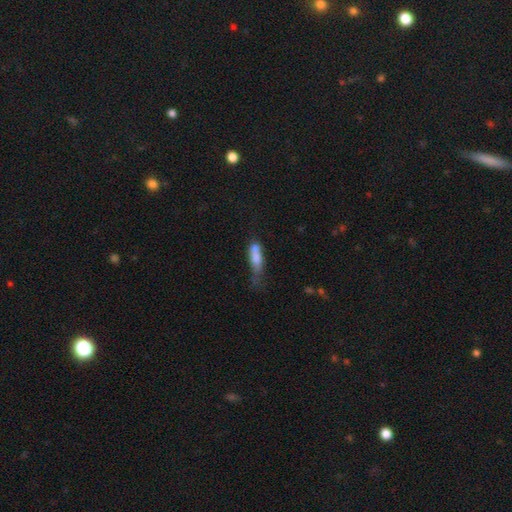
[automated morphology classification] A smooth galaxy with no disk features (71%) that is cigar-shaped (54%).

Vote fractions:
- Smooth or featured? smooth: 71% / featured or disk: 20% / star or artifact: 8%
- How rounded? cigar-shaped: 54% / in between: 43% / round: 3%
- Merging? minor disturbance: 30% / none: 27% / major disturbance: 23% / merger: 20%